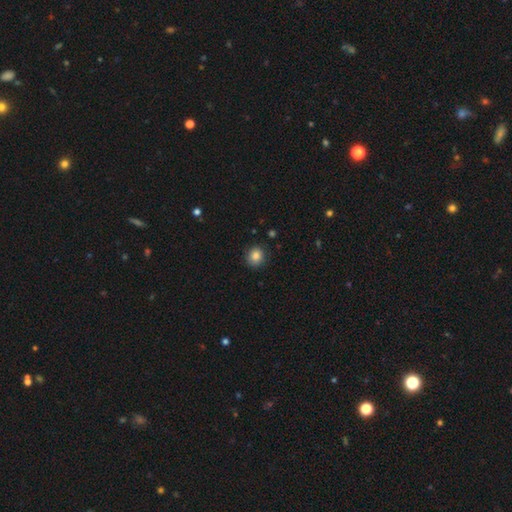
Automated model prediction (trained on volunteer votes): A smooth galaxy with no disk features (84%) that is round (82%). Merging: none (87%).